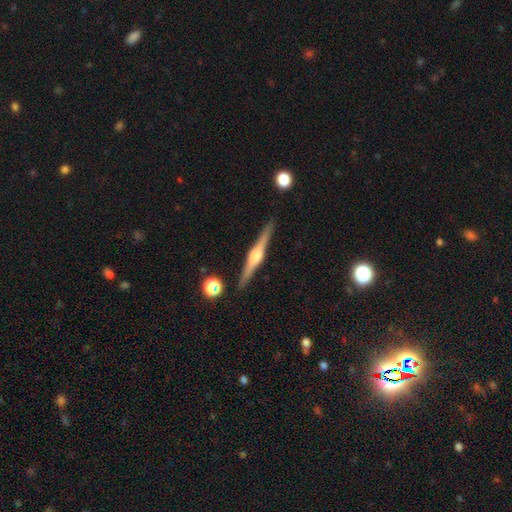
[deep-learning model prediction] smooth_or_featured: featured or disk (p=0.82) [alt: smooth p=0.12]
disk_edge_on: yes (p=0.98) [alt: no p=0.02]
edge_on_bulge: rounded (p=0.91) [alt: boxy p=0.06]
merging: none (p=0.91) [alt: minor disturbance p=0.06]